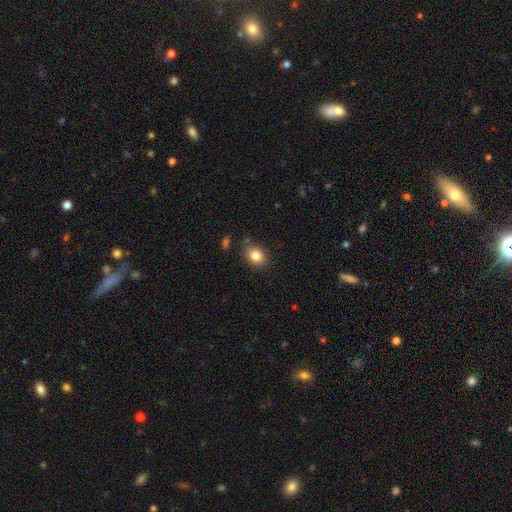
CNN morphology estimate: Overall: smooth (84%). How rounded: in between (59%; round 40%). Merging: none (82%).